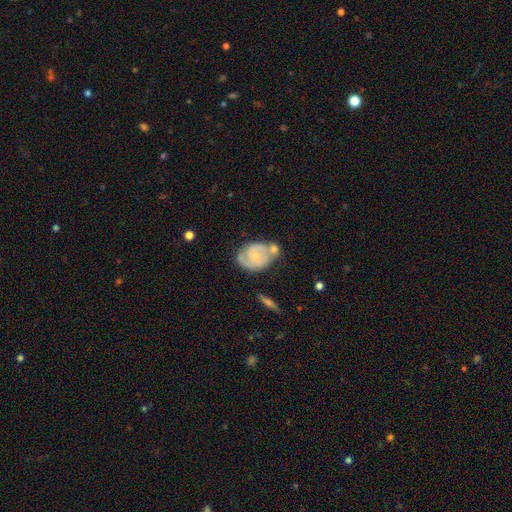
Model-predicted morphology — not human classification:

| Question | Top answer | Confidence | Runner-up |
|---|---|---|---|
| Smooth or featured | featured or disk | 74% | smooth (21%) |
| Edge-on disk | no | 97% | yes (3%) |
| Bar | no | 72% | weak (24%) |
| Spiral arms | yes | 90% | no (10%) |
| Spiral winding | tight | 56% | medium (34%) |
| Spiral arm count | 2 | 62% | can't tell (18%) |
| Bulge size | small | 71% | moderate (22%) |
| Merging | none | 47% | merger (24%) |